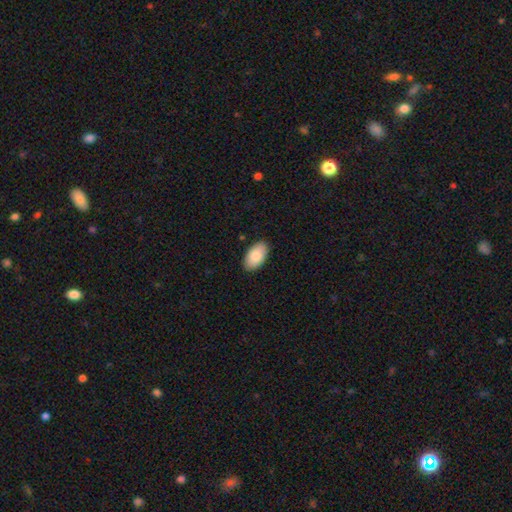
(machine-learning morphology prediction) A smooth galaxy with no disk features (87%) that is in between round and cigar-shaped (96%). Merging: none (88%).